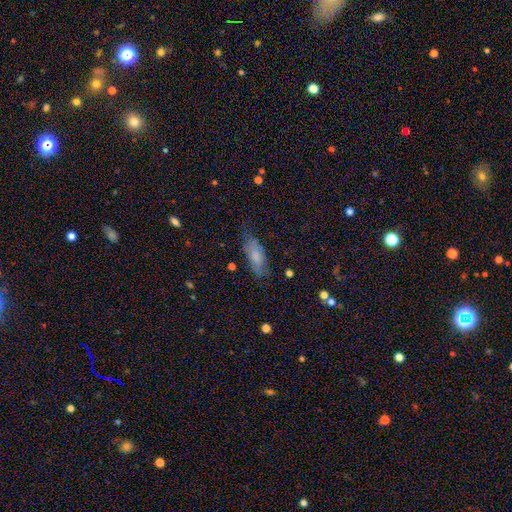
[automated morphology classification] This is likely a smooth galaxy (72%). How rounded: likely in between (72%). Merging: likely none (64%).